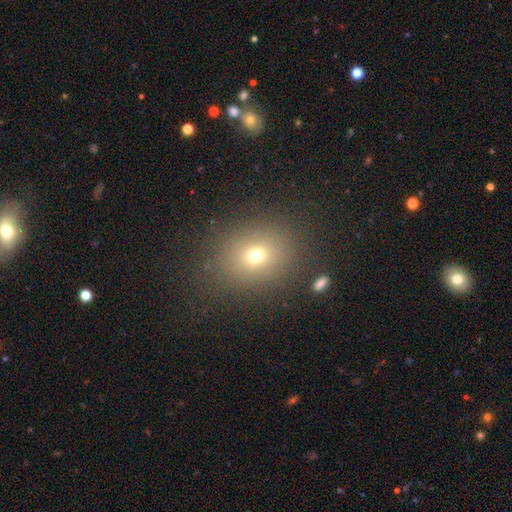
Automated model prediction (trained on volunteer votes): Overall: smooth (68%). How rounded: round (59%; in between 40%). Merging: none (83%).